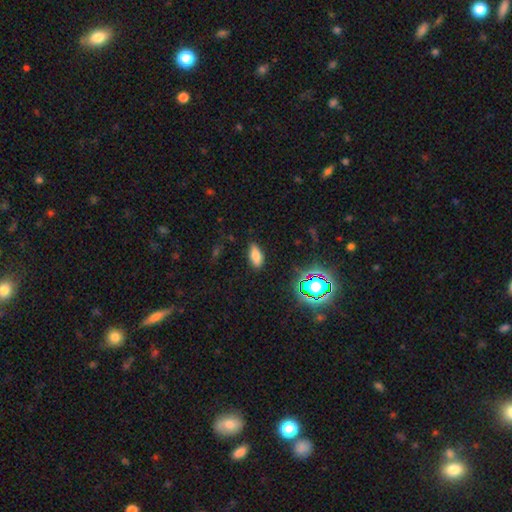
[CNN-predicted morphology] Smooth or featured? Predicted: smooth (p=0.75). How rounded? Predicted: in between (p=0.84). Merging? Predicted: none (p=0.84).